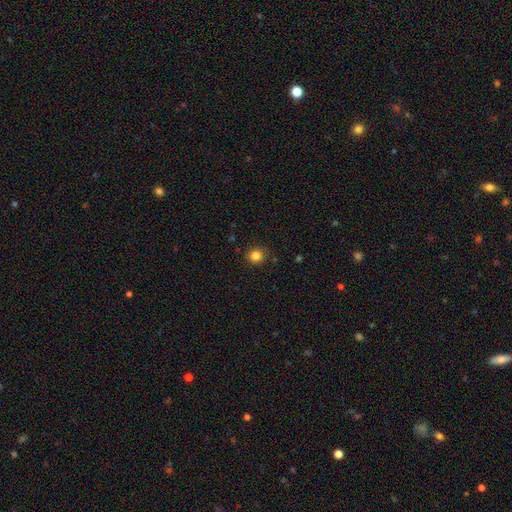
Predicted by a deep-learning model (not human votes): Smooth or featured: smooth — 84% (star or artifact — 12%)
How rounded: round — 90% (in between — 9%)
Merging: none — 90% (minor disturbance — 7%)